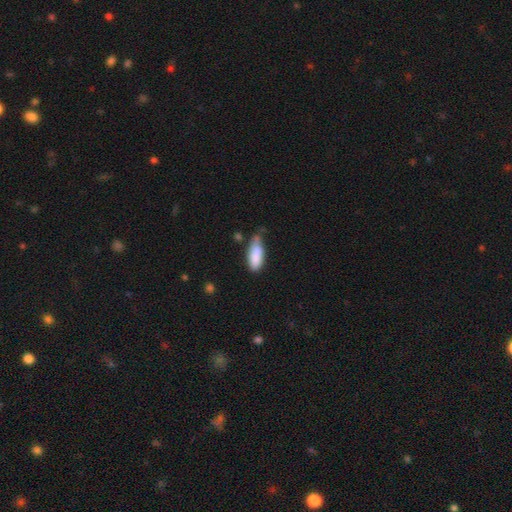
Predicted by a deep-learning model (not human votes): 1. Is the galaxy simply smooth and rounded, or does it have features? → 83% smooth, 11% featured or disk, 7% star or artifact.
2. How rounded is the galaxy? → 69% in between, 29% cigar-shaped, 2% round.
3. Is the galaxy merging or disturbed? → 42% none, 41% minor disturbance, 10% major disturbance, 6% merger.